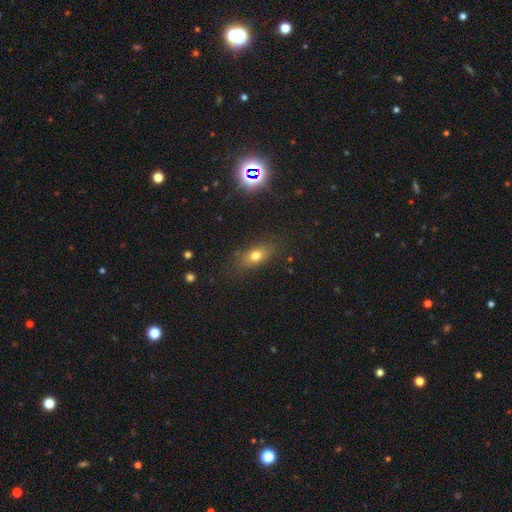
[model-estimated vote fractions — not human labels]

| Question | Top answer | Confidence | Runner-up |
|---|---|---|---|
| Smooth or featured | smooth | 72% | star or artifact (14%) |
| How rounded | in between | 77% | round (15%) |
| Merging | none | 81% | minor disturbance (13%) |